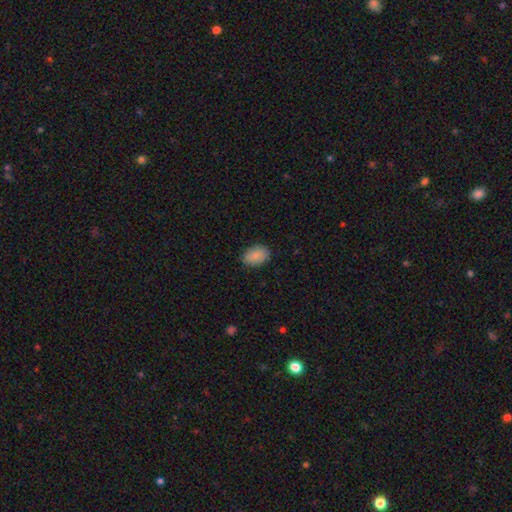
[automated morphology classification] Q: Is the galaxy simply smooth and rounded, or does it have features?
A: smooth — 87%.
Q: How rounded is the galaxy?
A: in between — 85%.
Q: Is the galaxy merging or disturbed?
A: none — 85%.